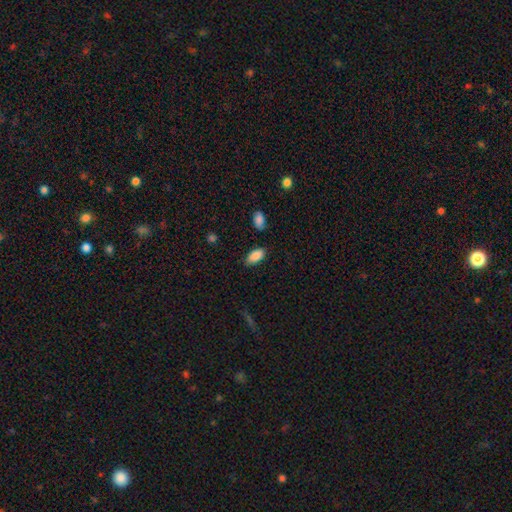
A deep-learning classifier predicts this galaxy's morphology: A smooth galaxy with no disk features (88%) that is in between round and cigar-shaped (93%). Merging: none (81%).